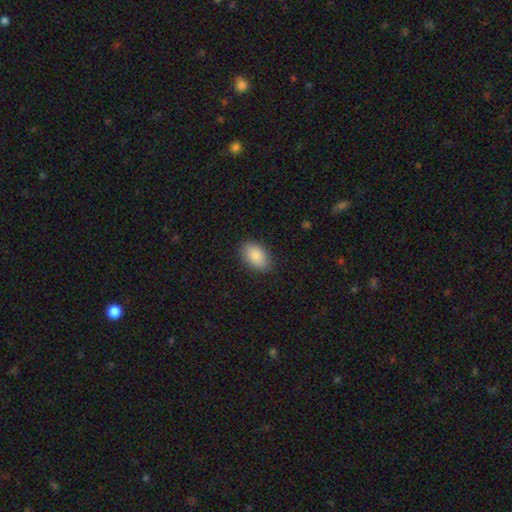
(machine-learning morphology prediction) Overall: smooth (88%). How rounded: in between (92%). Merging: none (87%).